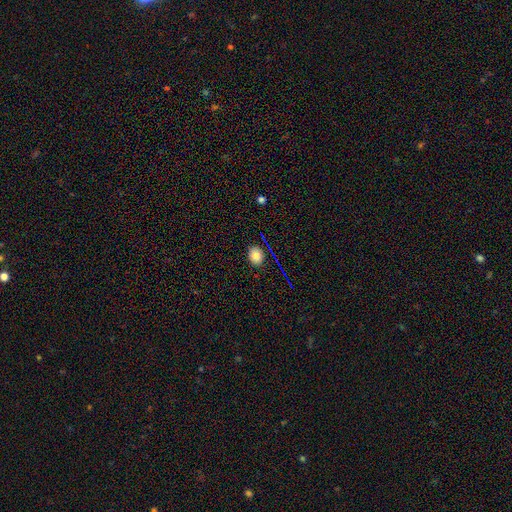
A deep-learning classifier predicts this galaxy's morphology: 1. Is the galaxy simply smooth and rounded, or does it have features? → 80% smooth, 13% star or artifact, 7% featured or disk.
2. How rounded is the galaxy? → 53% in between, 45% round, 1% cigar-shaped.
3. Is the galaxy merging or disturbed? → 84% none, 11% minor disturbance, 3% major disturbance, 2% merger.